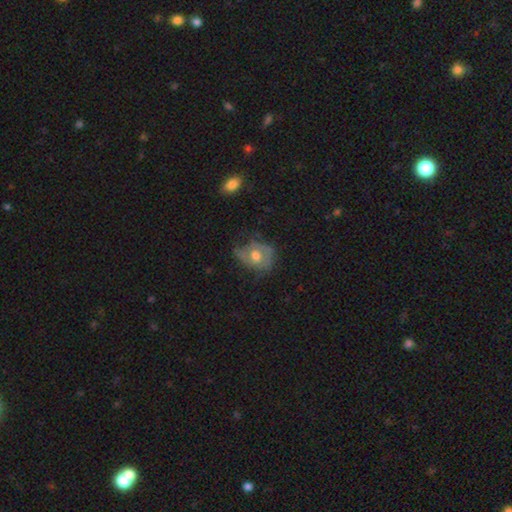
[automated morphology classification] Smooth or featured: featured or disk — 56% (smooth — 36%)
Edge-on disk: no — 96% (yes — 4%)
Bar: no — 76% (weak — 20%)
Spiral arms: yes — 58% (no — 42%)
Bulge size: moderate — 73% (large — 15%)
Merging: none — 46% (minor disturbance — 31%)